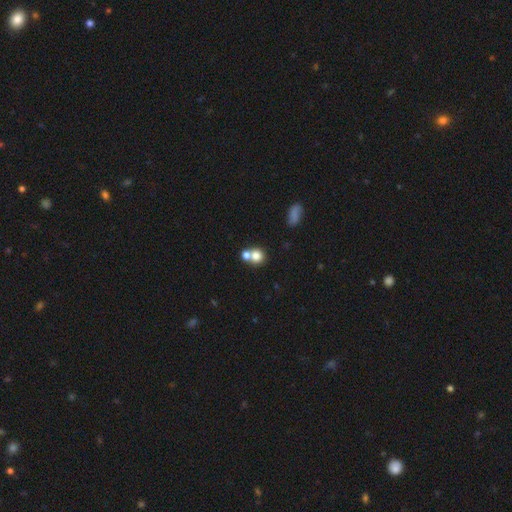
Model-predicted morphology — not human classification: This is likely a smooth galaxy (77%). How rounded: clearly round (82%). Merging: possibly merger (45%, tied with none).